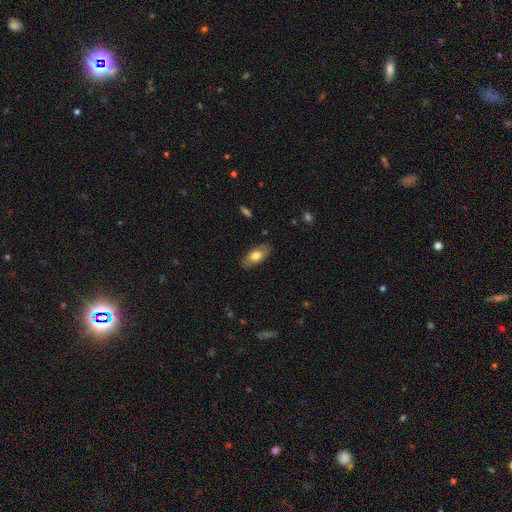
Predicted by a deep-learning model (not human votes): Morphology: type=smooth (72%); roundness=in between (91%); merging=none (82%).